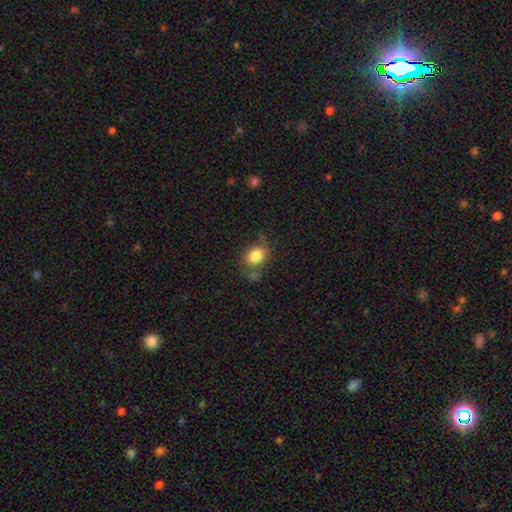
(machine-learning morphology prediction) smooth 82%, star or artifact 10%, featured or disk 9%. Down the decision tree: how rounded — in between (53%); merging — none (66%).